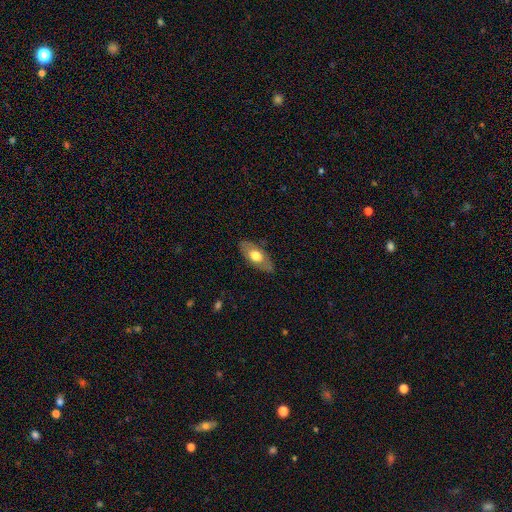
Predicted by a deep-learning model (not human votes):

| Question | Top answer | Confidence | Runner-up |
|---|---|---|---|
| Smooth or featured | smooth | 55% | featured or disk (39%) |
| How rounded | in between | 88% | cigar-shaped (8%) |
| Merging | none | 81% | minor disturbance (14%) |